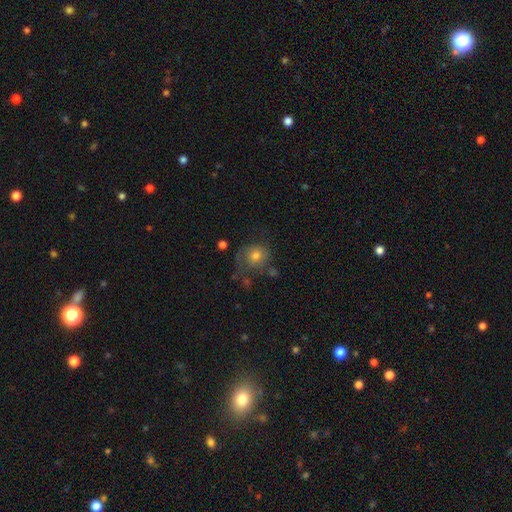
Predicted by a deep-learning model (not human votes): smooth-or-featured: smooth: 53% | featured or disk: 36% | star or artifact: 12%
  how-rounded: round: 78% | in between: 21% | cigar-shaped: 1%
  merging: none: 50% | minor disturbance: 23% | major disturbance: 21% | merger: 5%